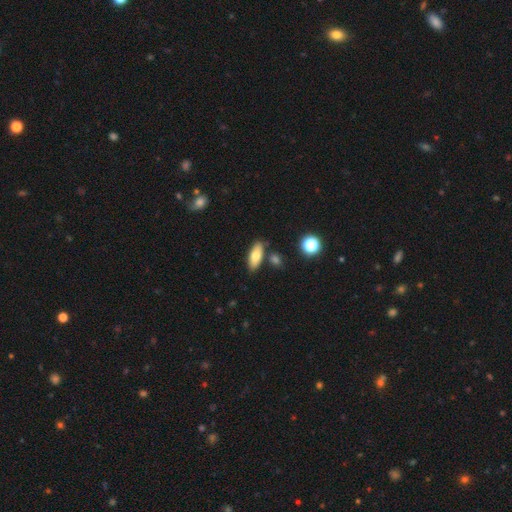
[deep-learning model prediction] Smooth or featured: smooth — 73% (featured or disk — 20%)
How rounded: in between — 79% (cigar-shaped — 18%)
Merging: none — 80% (minor disturbance — 11%)